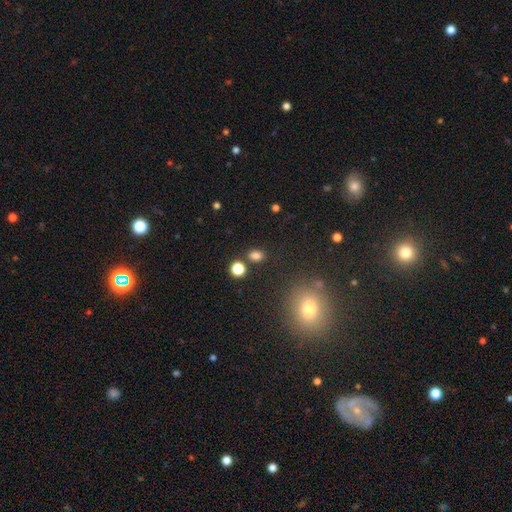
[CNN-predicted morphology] smooth_or_featured: smooth (p=0.80) [alt: star or artifact p=0.15]
how_rounded: in between (p=0.63) [alt: round p=0.36]
merging: none (p=0.80) [alt: minor disturbance p=0.10]